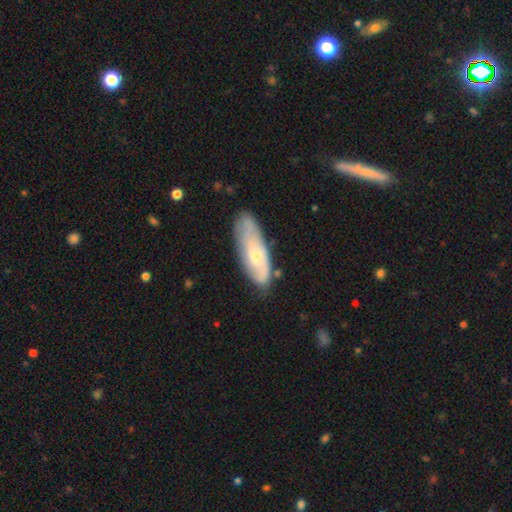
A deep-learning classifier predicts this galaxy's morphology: This is possibly a smooth galaxy (48%). Merging: likely none (68%).